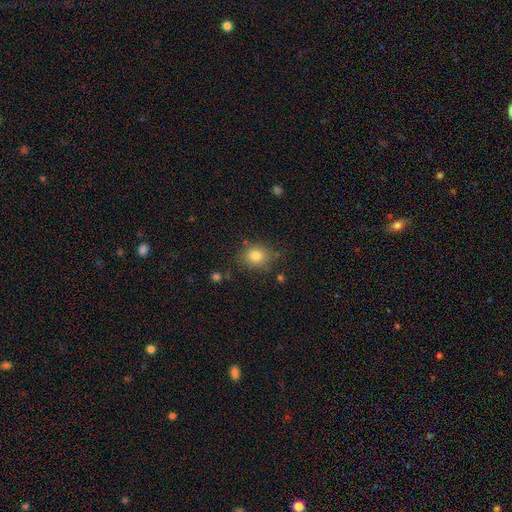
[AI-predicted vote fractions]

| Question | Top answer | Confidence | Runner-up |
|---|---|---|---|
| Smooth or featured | smooth | 81% | star or artifact (11%) |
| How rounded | round | 74% | in between (25%) |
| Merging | none | 79% | minor disturbance (14%) |